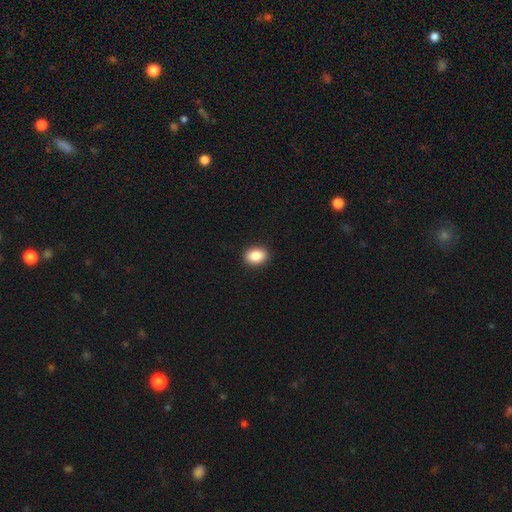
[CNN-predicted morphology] Q: Smooth or featured?
A: smooth (89%); runner-up: star or artifact (8%)
Q: How rounded?
A: in between (75%); runner-up: round (24%)
Q: Merging?
A: none (91%); runner-up: minor disturbance (6%)